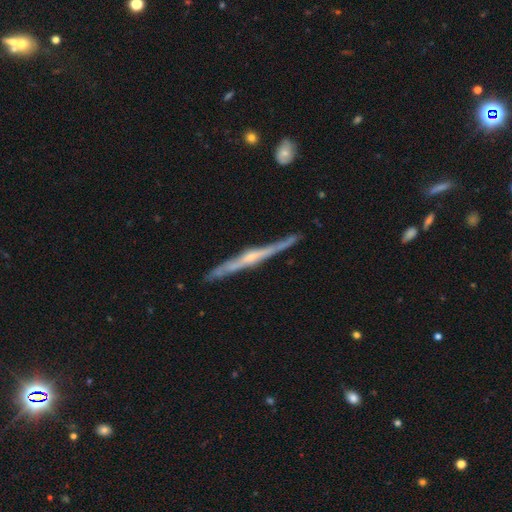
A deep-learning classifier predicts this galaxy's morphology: A featured or disk galaxy (83%) viewed edge-on (97%) with a rounded central bulge (66%).

Vote fractions:
- Smooth or featured? featured or disk: 83% / smooth: 12% / star or artifact: 5%
- Edge-on disk? yes: 97% / no: 3%
- Edge-on bulge? rounded: 66% / none: 23% / boxy: 11%
- Merging? none: 82% / minor disturbance: 13% / major disturbance: 2% / merger: 2%